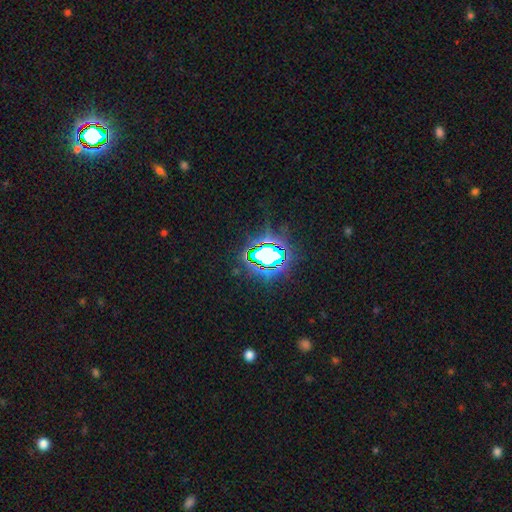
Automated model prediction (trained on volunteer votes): smooth-or-featured: star or artifact: 75% | smooth: 15% | featured or disk: 11%